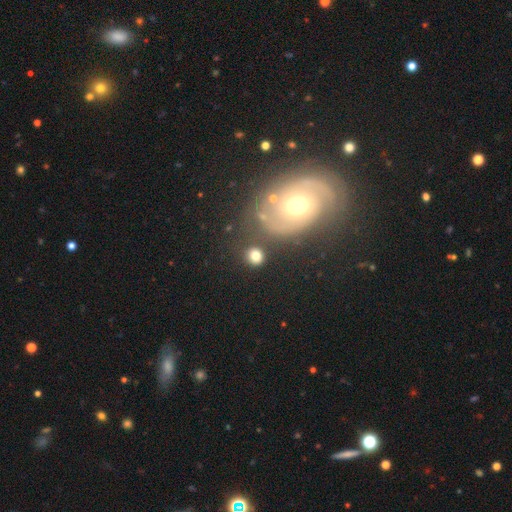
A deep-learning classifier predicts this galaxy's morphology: smooth_or_featured: smooth (p=0.79) [alt: star or artifact p=0.11]
how_rounded: round (p=0.79) [alt: in between p=0.20]
merging: none (p=0.76) [alt: minor disturbance p=0.11]